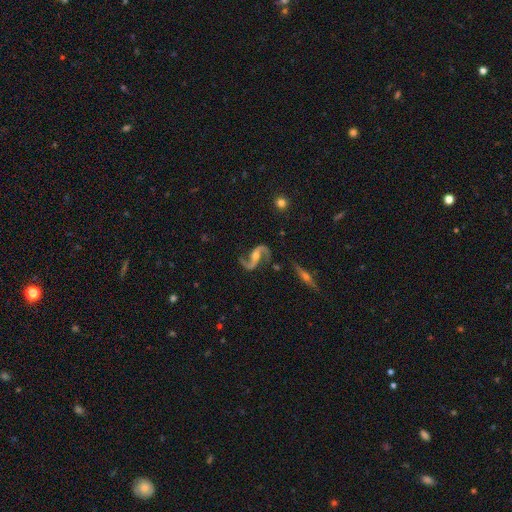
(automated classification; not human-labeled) smooth_or_featured: featured or disk (p=0.93) [alt: star or artifact p=0.04]
disk_edge_on: no (p=0.97) [alt: yes p=0.03]
bar: no (p=0.42) [alt: weak p=0.35]
has_spiral_arms: yes (p=0.98) [alt: no p=0.02]
spiral_winding: loose (p=0.68) [alt: medium p=0.26]
spiral_arm_count: 2 (p=0.94) [alt: 1 p=0.01]
bulge_size: moderate (p=0.58) [alt: small p=0.30]
merging: none (p=0.77) [alt: minor disturbance p=0.13]